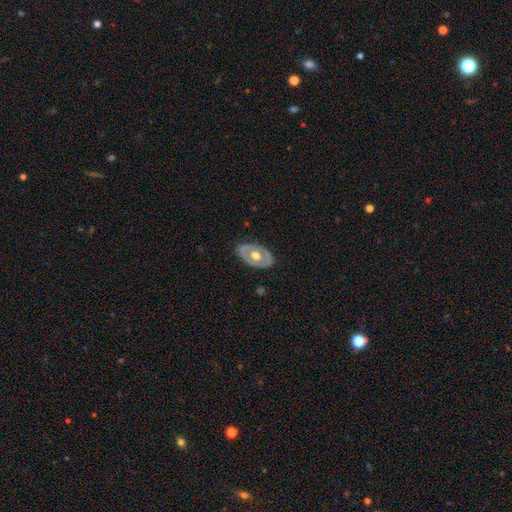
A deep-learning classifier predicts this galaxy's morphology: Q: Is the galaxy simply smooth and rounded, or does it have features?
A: featured or disk — 56%.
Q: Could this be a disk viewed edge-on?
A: no — 88%.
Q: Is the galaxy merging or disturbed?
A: none — 82%.